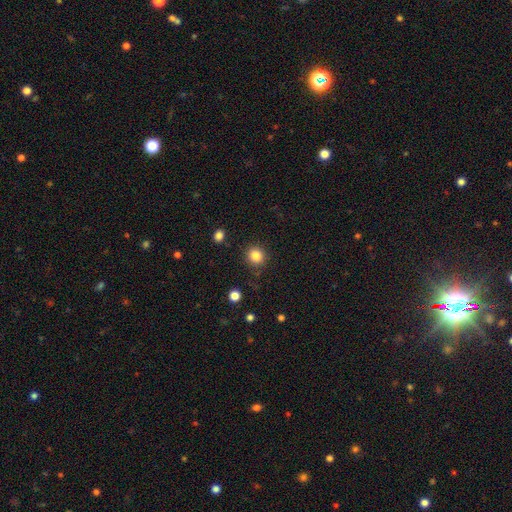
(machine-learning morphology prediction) Q: Smooth or featured?
A: smooth (85%); runner-up: star or artifact (11%)
Q: How rounded?
A: round (89%); runner-up: in between (10%)
Q: Merging?
A: none (87%); runner-up: minor disturbance (8%)